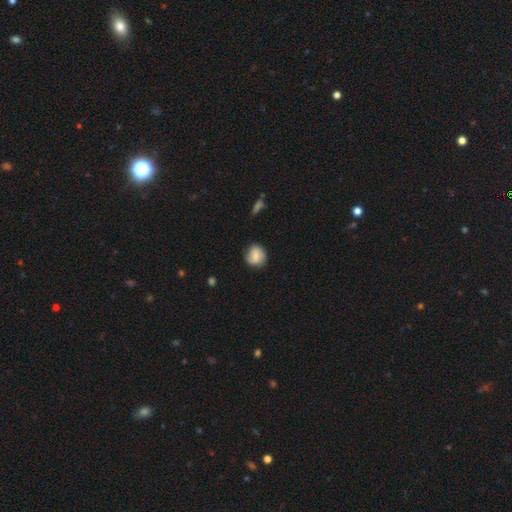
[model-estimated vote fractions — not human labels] A smooth galaxy with no disk features (65%) that is round (78%).

Vote fractions:
- Smooth or featured? smooth: 65% / featured or disk: 27% / star or artifact: 8%
- How rounded? round: 78% / in between: 20% / cigar-shaped: 1%
- Merging? none: 73% / minor disturbance: 20% / major disturbance: 5% / merger: 2%